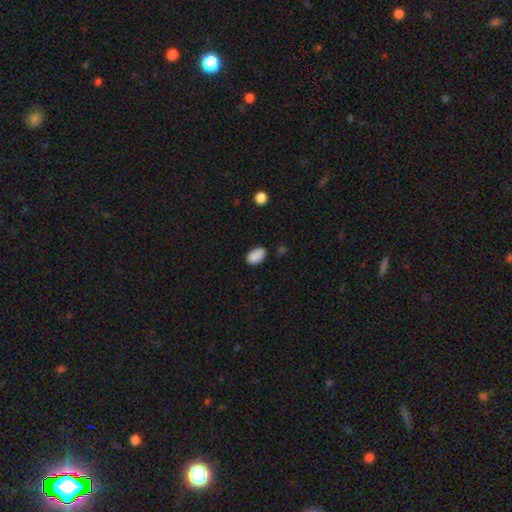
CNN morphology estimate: A smooth galaxy with no disk features (87%) that is in between round and cigar-shaped (92%). Merging: none (71%).